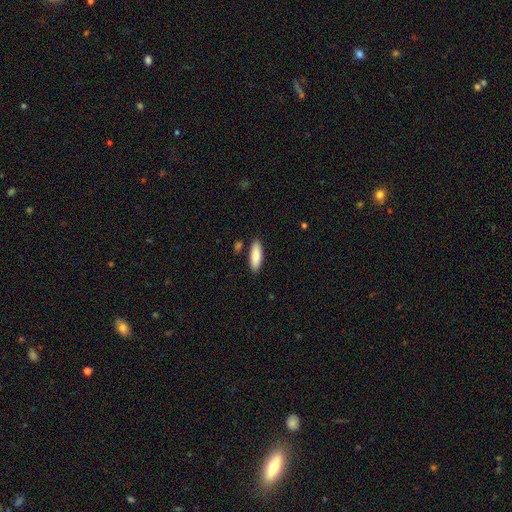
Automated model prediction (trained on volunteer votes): smooth-or-featured: smooth: 86% | featured or disk: 9% | star or artifact: 5%
  how-rounded: in between: 60% | cigar-shaped: 38% | round: 2%
  merging: none: 86% | minor disturbance: 9% | merger: 3% | major disturbance: 2%